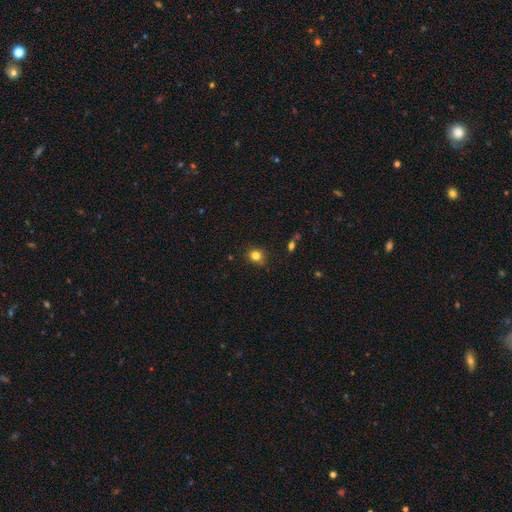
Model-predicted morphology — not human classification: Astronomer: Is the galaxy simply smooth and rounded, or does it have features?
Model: smooth — 80%.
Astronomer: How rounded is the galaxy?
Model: round — 78%.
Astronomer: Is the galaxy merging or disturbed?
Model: none — 82%.